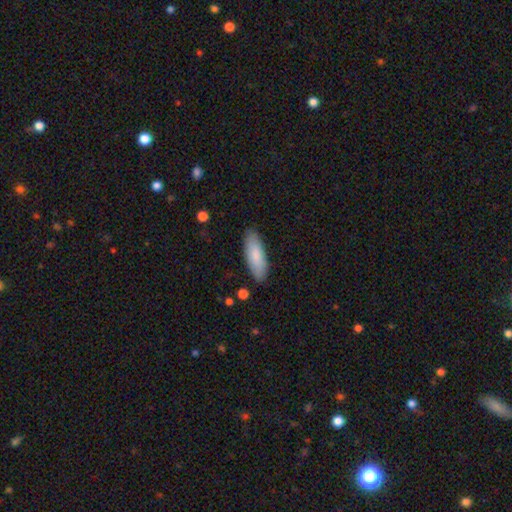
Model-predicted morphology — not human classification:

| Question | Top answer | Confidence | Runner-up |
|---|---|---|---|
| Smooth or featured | smooth | 84% | featured or disk (10%) |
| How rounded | in between | 65% | cigar-shaped (34%) |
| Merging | none | 87% | minor disturbance (10%) |